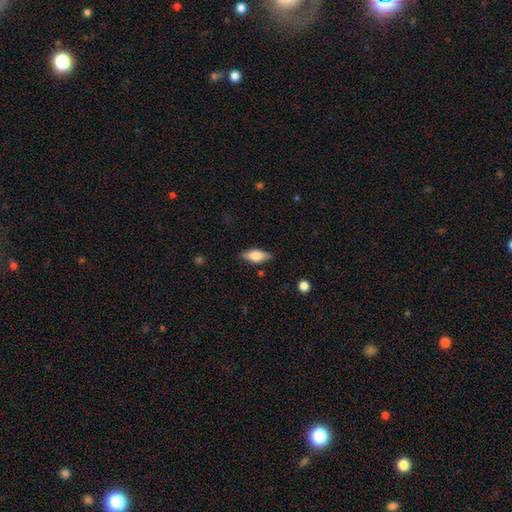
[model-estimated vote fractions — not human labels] Q: Smooth or featured?
A: smooth (65%); runner-up: featured or disk (28%)
Q: How rounded?
A: in between (76%); runner-up: cigar-shaped (21%)
Q: Merging?
A: none (83%); runner-up: minor disturbance (13%)